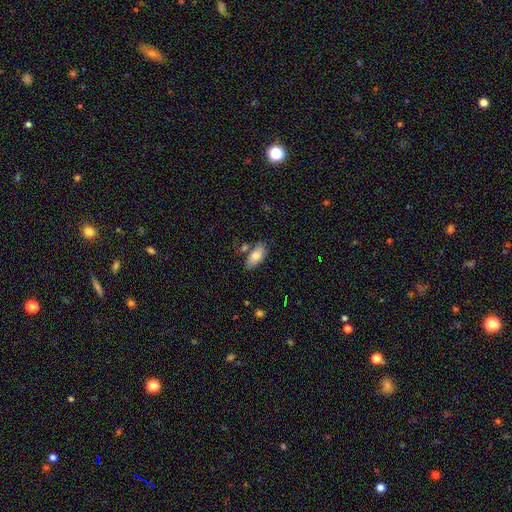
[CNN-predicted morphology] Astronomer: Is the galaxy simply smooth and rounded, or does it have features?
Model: smooth — 77%.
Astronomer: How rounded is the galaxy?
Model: in between — 89%.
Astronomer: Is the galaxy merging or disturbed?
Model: none — 72%.